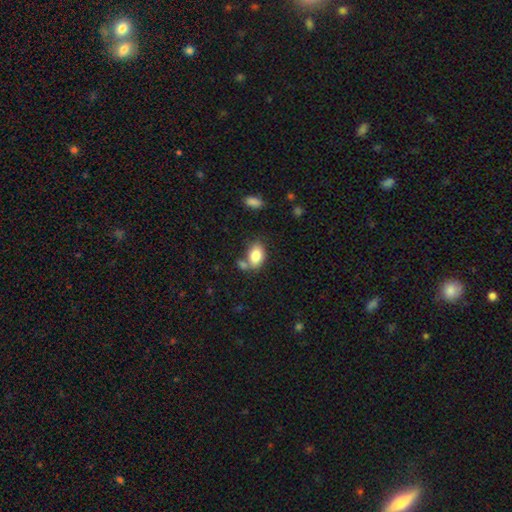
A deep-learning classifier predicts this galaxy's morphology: Smooth or featured? smooth (84%)
How rounded? in between (88%)
Merging? none (52%)